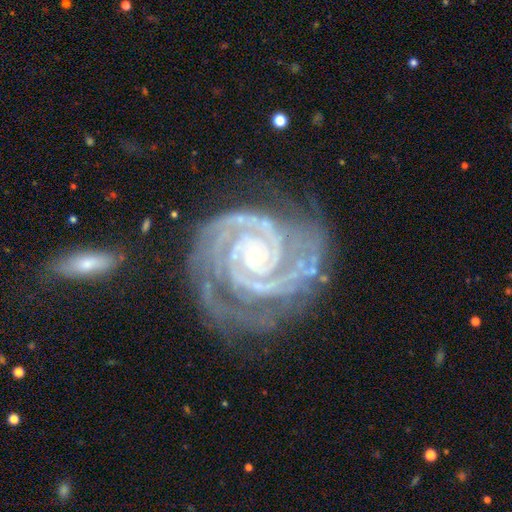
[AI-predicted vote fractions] Smooth or featured? Predicted: featured or disk (p=0.93). Edge-on disk? Predicted: no (p=0.98). Bar? Predicted: no (p=0.73). Spiral arms? Predicted: yes (p=0.99). Spiral winding? Predicted: tight (p=0.83). Spiral arm count? Predicted: 2 (p=0.51). Bulge size? Predicted: small (p=0.86). Merging? Predicted: none (p=0.68).